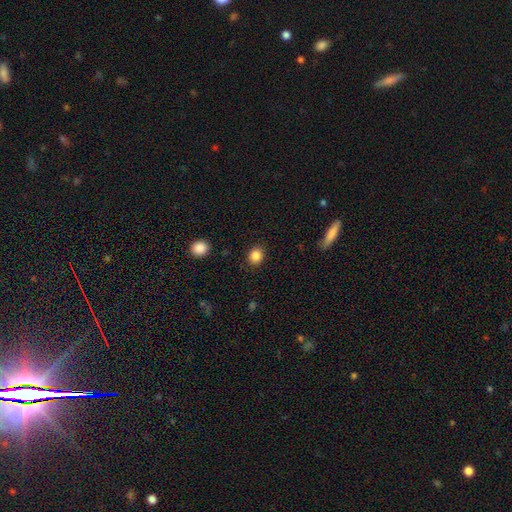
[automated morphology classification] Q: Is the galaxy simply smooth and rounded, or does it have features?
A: smooth — 86%.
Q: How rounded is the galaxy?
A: round — 72%.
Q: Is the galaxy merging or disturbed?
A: none — 89%.